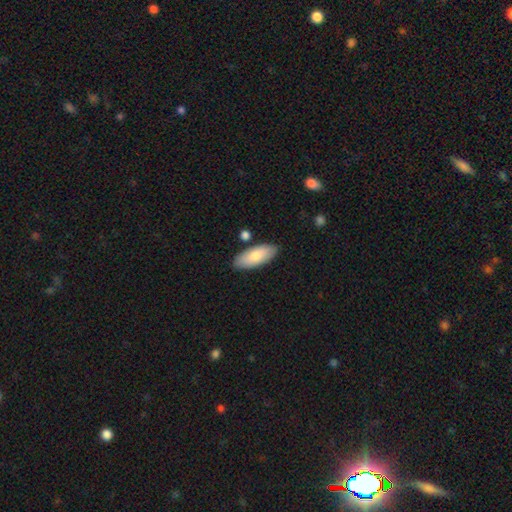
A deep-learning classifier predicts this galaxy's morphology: A smooth galaxy with no disk features (78%) that is in between round and cigar-shaped (81%). Merging: none (82%).